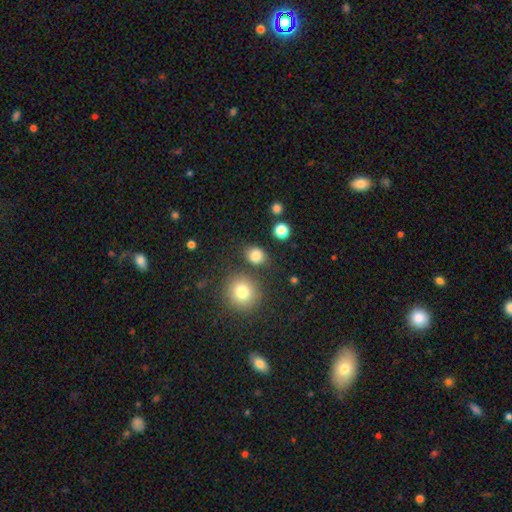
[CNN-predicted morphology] Smooth or featured? Predicted: smooth (p=0.83). How rounded? Predicted: round (p=0.68). Merging? Predicted: none (p=0.81).